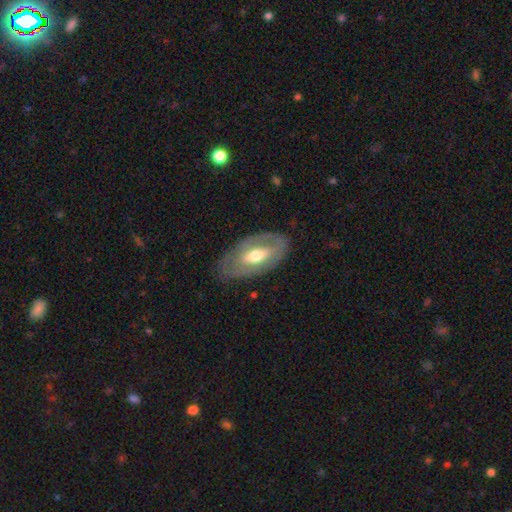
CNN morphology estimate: This appears to be a featured or disk galaxy (60%) with no bar (40%), no spiral arms (67%) and a moderate central bulge (69%). Merging: none (78%).